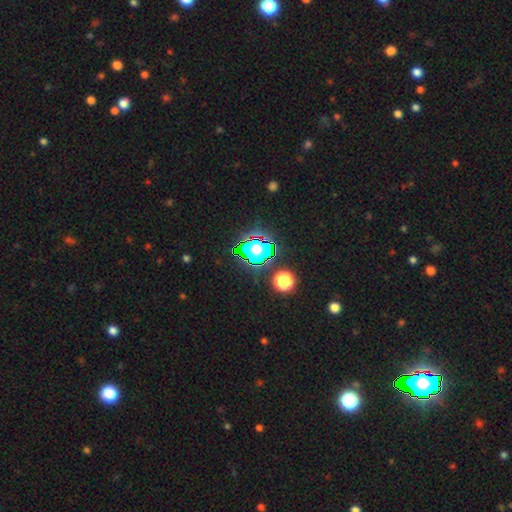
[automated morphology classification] A star or artifact, not a galaxy (59%).

Vote fractions:
- Smooth or featured? star or artifact: 59% / smooth: 29% / featured or disk: 12%